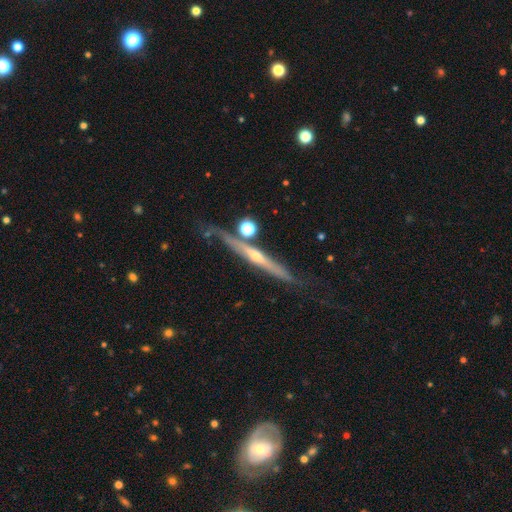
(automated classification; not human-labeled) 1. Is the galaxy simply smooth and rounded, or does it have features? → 80% featured or disk, 14% smooth, 6% star or artifact.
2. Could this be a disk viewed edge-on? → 96% yes, 4% no.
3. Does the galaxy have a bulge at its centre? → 78% rounded, 17% none, 5% boxy.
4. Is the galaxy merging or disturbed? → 71% none, 17% minor disturbance, 7% merger, 5% major disturbance.